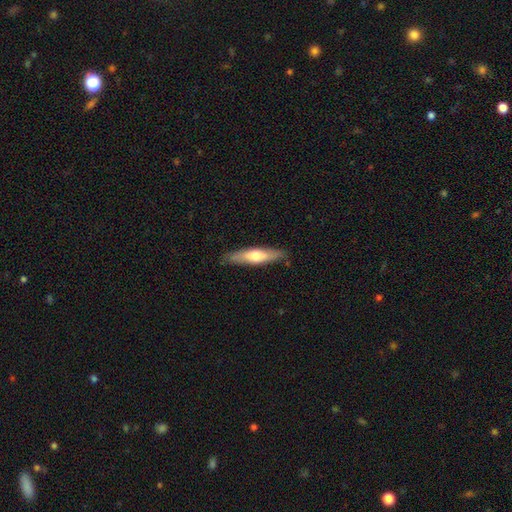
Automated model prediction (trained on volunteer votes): Smooth or featured: smooth — 55% (featured or disk — 40%)
How rounded: cigar-shaped — 75% (in between — 23%)
Merging: none — 83% (minor disturbance — 13%)